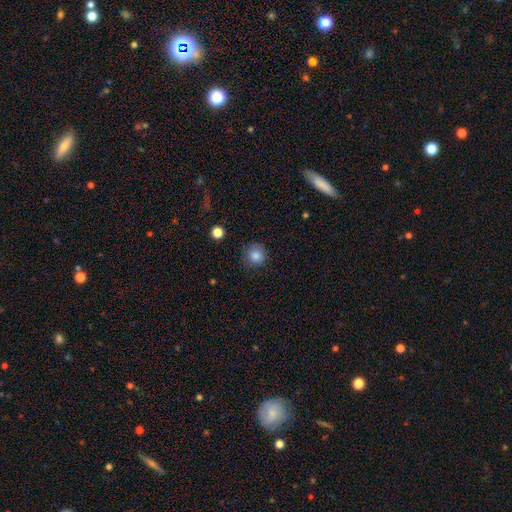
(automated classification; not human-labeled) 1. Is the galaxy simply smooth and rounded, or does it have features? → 85% smooth, 10% star or artifact, 5% featured or disk.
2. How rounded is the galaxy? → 92% round, 7% in between, 1% cigar-shaped.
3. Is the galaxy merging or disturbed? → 82% none, 13% minor disturbance, 4% major disturbance, 1% merger.